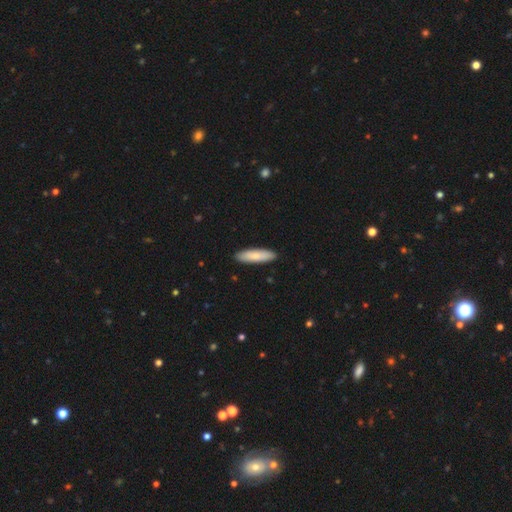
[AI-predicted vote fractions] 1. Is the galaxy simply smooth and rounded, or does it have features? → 82% smooth, 13% featured or disk, 5% star or artifact.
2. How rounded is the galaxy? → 64% cigar-shaped, 34% in between, 1% round.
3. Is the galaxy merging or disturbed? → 91% none, 7% minor disturbance, 1% major disturbance, 1% merger.